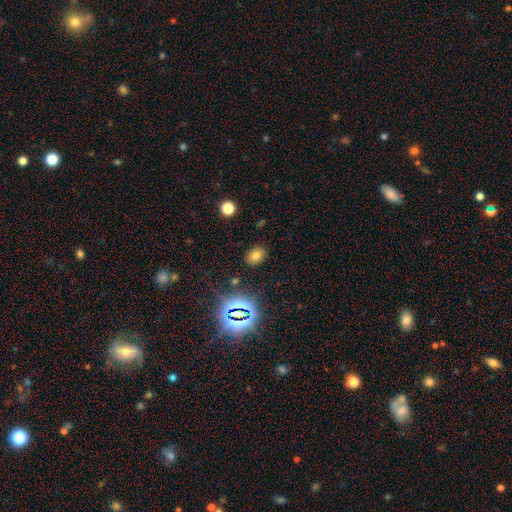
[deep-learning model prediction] Q: Smooth or featured?
A: smooth (71%); runner-up: star or artifact (21%)
Q: How rounded?
A: in between (70%); runner-up: round (29%)
Q: Merging?
A: none (86%); runner-up: minor disturbance (9%)